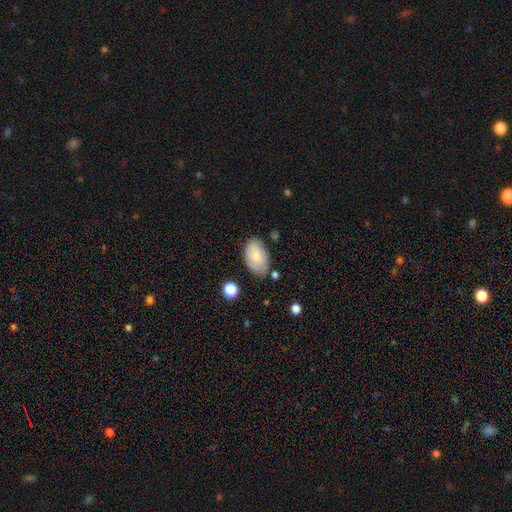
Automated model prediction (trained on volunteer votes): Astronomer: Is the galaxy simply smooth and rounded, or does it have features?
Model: smooth — 78%.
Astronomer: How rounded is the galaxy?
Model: in between — 93%.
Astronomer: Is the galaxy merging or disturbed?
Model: none — 72%.